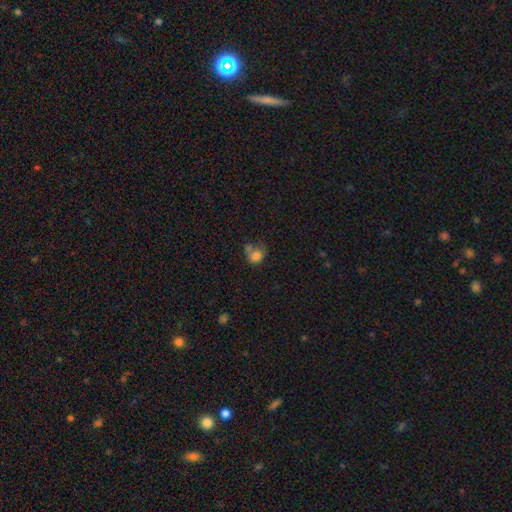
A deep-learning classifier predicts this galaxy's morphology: Smooth or featured?
  - smooth: 76% *
  - star or artifact: 12%
  - featured or disk: 12%
How rounded?
  - round: 54% *
  - in between: 45%
  - cigar-shaped: 1%
Merging?
  - merger: 34% *
  - none: 31%
  - minor disturbance: 20%
  - major disturbance: 15%